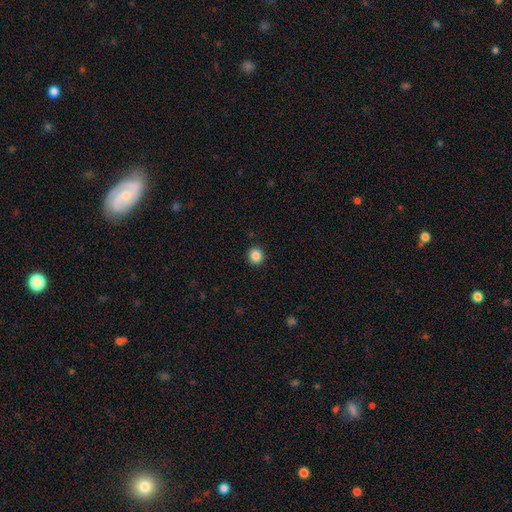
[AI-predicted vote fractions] Smooth or featured: smooth — 86% (star or artifact — 10%)
How rounded: round — 91% (in between — 8%)
Merging: none — 92% (minor disturbance — 6%)